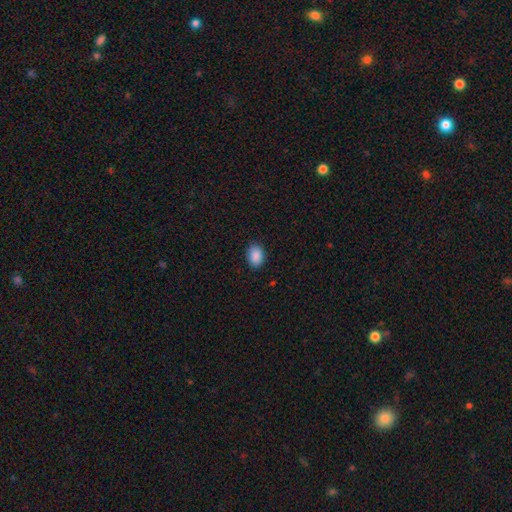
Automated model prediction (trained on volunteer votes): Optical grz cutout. It shows a smooth galaxy with no disk features (89%) that is in between round and cigar-shaped (76%). Merging: none (88%).